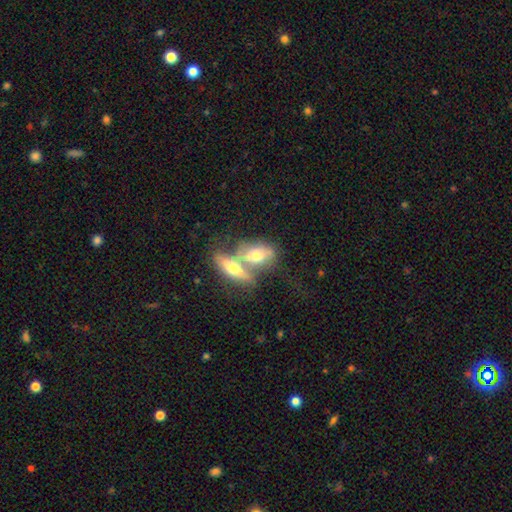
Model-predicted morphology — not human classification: smooth 51%, featured or disk 43%, star or artifact 7%. Down the decision tree: how rounded — in between (72%); merging — merger (60%).